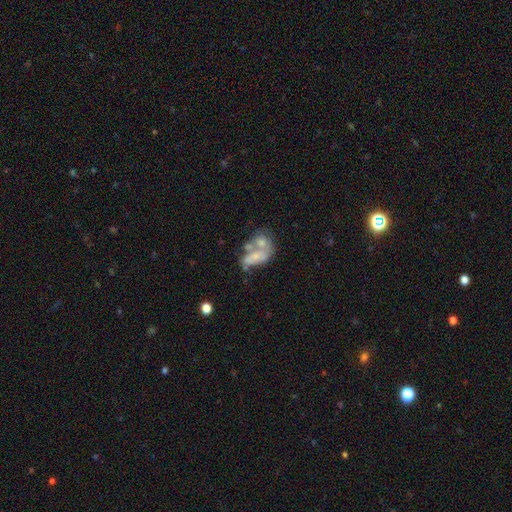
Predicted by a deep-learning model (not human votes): Q: Smooth or featured?
A: featured or disk (51%); runner-up: smooth (38%)
Q: Edge-on disk?
A: no (97%); runner-up: yes (3%)
Q: Merging?
A: merger (57%); runner-up: none (16%)